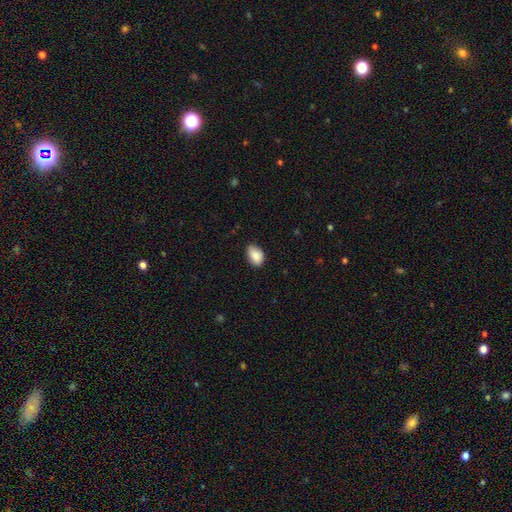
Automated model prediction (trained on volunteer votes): Q: Smooth or featured?
A: smooth (86%); runner-up: star or artifact (7%)
Q: How rounded?
A: in between (84%); runner-up: round (15%)
Q: Merging?
A: none (76%); runner-up: minor disturbance (20%)